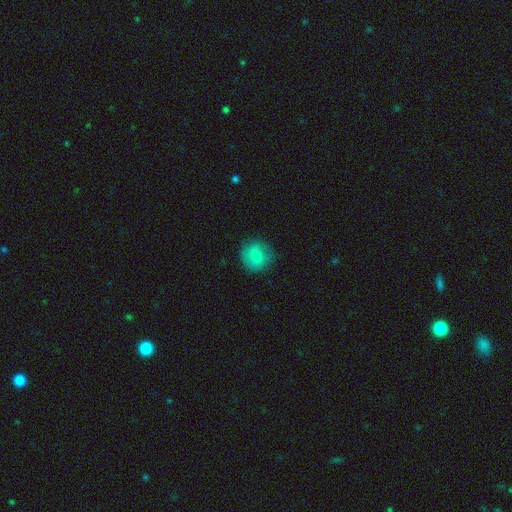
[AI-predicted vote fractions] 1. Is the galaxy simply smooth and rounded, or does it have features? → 73% smooth, 19% featured or disk, 8% star or artifact.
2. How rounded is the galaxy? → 80% round, 19% in between, 1% cigar-shaped.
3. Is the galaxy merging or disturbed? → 76% none, 17% minor disturbance, 6% major disturbance, 1% merger.